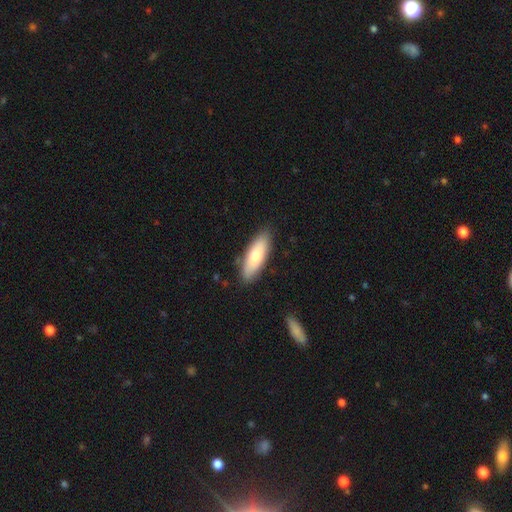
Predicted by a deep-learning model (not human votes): A smooth galaxy with no disk features (72%) that is in between round and cigar-shaped (63%).

Vote fractions:
- Smooth or featured? smooth: 72% / featured or disk: 22% / star or artifact: 6%
- How rounded? in between: 63% / cigar-shaped: 35% / round: 2%
- Merging? none: 85% / minor disturbance: 11% / major disturbance: 2% / merger: 2%